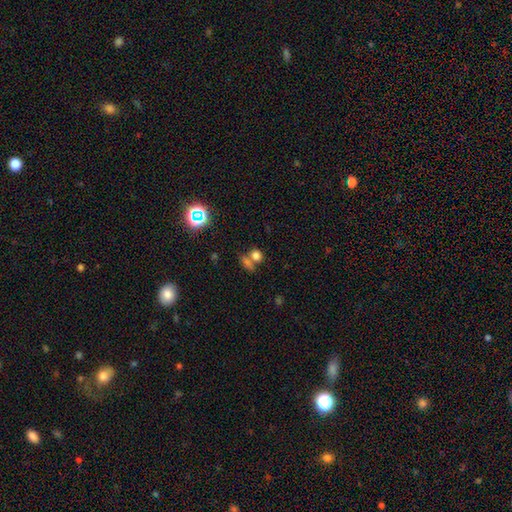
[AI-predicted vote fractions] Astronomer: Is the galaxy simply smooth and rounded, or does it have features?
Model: smooth — 73%.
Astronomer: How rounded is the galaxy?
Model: round — 52% (runner-up: in between, 44%).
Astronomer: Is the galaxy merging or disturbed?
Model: none — 45% (runner-up: merger, 42%).